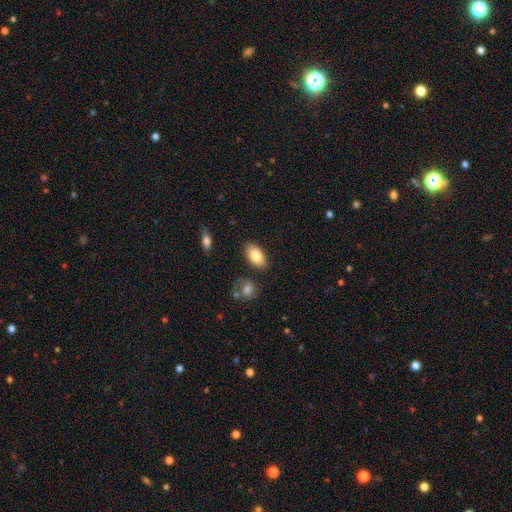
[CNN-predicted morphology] A smooth galaxy with no disk features (81%) that is in between round and cigar-shaped (93%).

Vote fractions:
- Smooth or featured? smooth: 81% / featured or disk: 12% / star or artifact: 7%
- How rounded? in between: 93% / round: 4% / cigar-shaped: 3%
- Merging? none: 84% / minor disturbance: 10% / merger: 3% / major disturbance: 3%